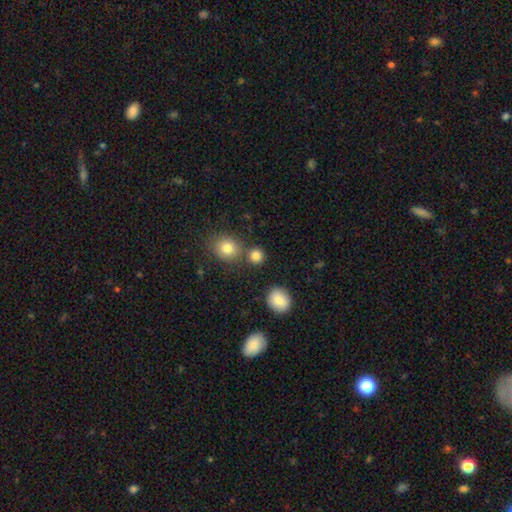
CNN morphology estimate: Smooth or featured? smooth (83%)
How rounded? round (89%)
Merging? none (77%)